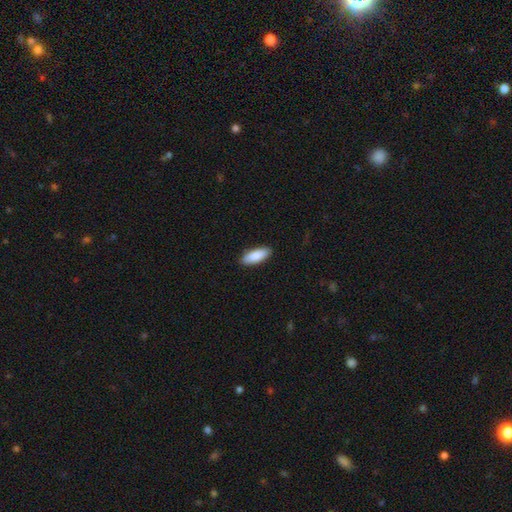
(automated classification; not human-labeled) Smooth or featured? Predicted: smooth (p=0.87). How rounded? Predicted: in between (p=0.75). Merging? Predicted: none (p=0.89).